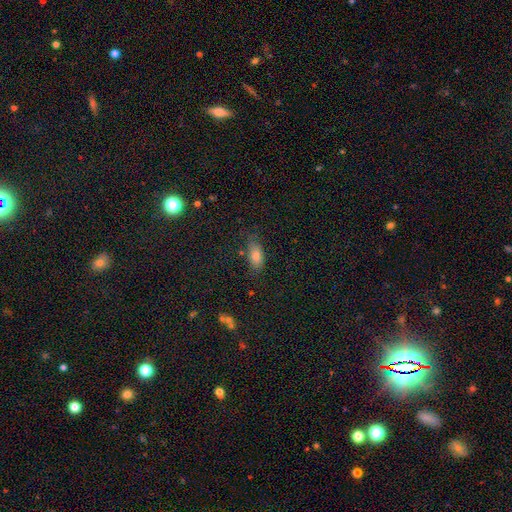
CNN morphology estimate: This appears to be a smooth galaxy with no disk features (74%) that is in between round and cigar-shaped (80%). Merging: none (73%).